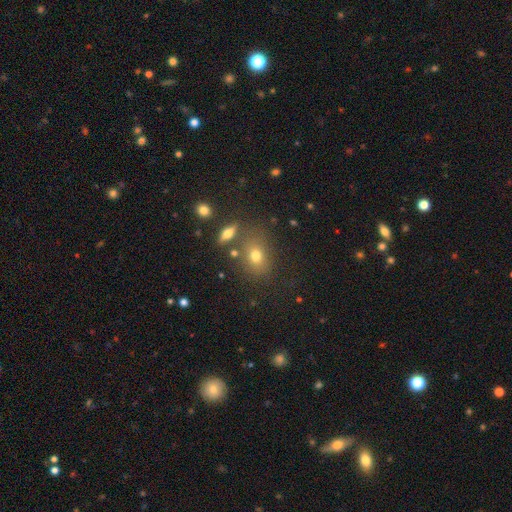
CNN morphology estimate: Q: Smooth or featured?
A: smooth (69%); runner-up: star or artifact (17%)
Q: How rounded?
A: in between (60%); runner-up: round (37%)
Q: Merging?
A: none (69%); runner-up: minor disturbance (13%)